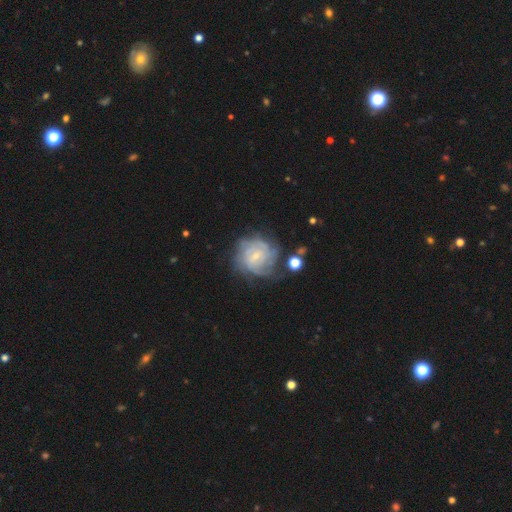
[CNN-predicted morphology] smooth-or-featured: featured or disk: 78% | smooth: 15% | star or artifact: 7%
  disk-edge-on: no: 98% | yes: 2%
    bar: no: 49% | weak: 44% | strong: 7%
    has-spiral-arms: yes: 90% | no: 10%
      spiral-winding: tight: 67% | medium: 25% | loose: 7%
      spiral-arm-count: can't tell: 49% | 4: 16% | 3: 13% | 2: 11% | more than 4: 6% | 1: 5%
    bulge-size: small: 71% | moderate: 21% | none: 5% | large: 1% | dominant: 1%
  merging: none: 60% | minor disturbance: 21% | major disturbance: 14% | merger: 4%